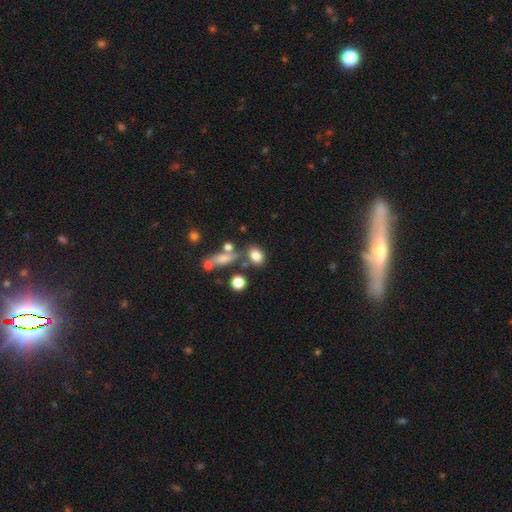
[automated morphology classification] Smooth or featured? smooth (80%)
How rounded? in between (65%)
Merging? none (65%)